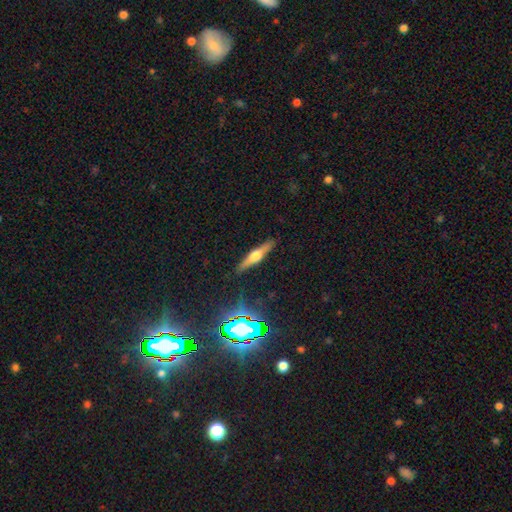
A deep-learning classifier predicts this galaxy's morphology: smooth-or-featured: featured or disk: 62% | smooth: 29% | star or artifact: 9%
  disk-edge-on: yes: 96% | no: 4%
    edge-on-bulge: rounded: 90% | boxy: 7% | none: 3%
  merging: none: 89% | minor disturbance: 8% | major disturbance: 2% | merger: 1%